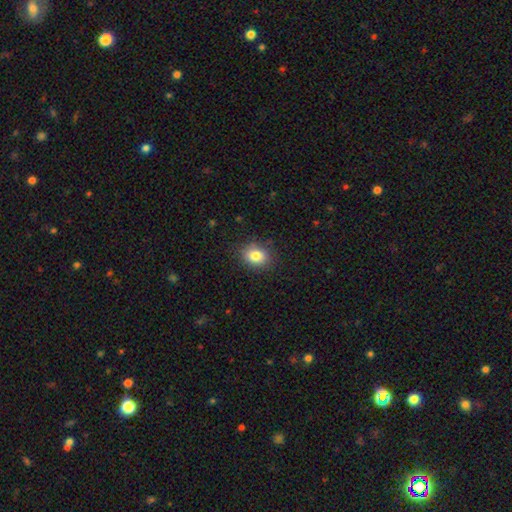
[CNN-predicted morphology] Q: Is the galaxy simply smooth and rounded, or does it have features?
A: smooth — 83%.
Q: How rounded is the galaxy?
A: in between — 54%.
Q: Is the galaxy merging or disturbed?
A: none — 86%.